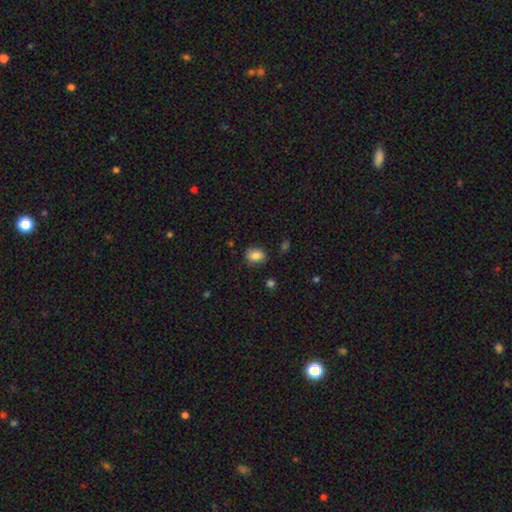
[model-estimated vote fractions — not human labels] smooth 83%, star or artifact 9%, featured or disk 8%. Down the decision tree: how rounded — in between (63%); merging — none (80%).